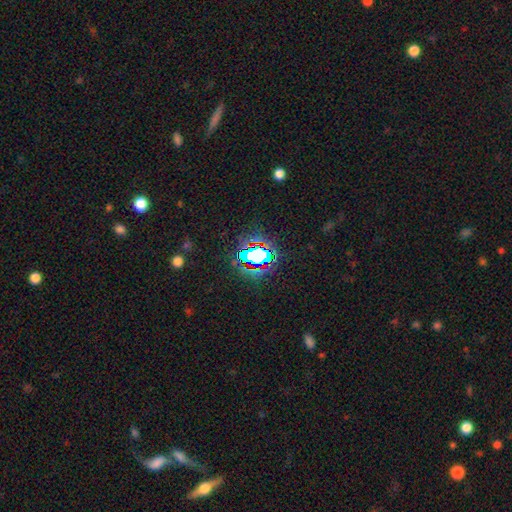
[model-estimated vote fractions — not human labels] This appears to be a star or artifact, not a galaxy (66%).